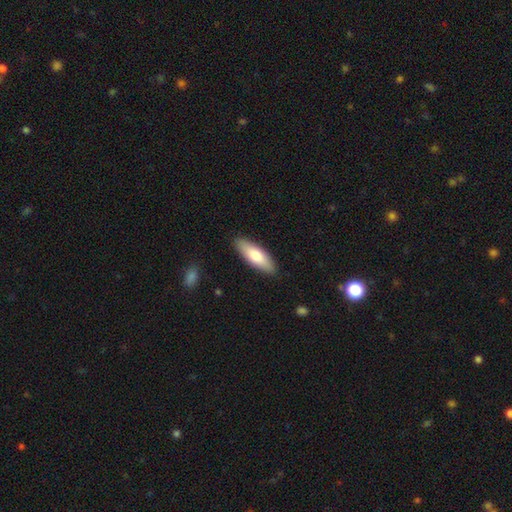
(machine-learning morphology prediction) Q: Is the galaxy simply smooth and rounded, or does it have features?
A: smooth — 74%.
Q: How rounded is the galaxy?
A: in between — 57%.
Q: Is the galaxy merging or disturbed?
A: none — 89%.